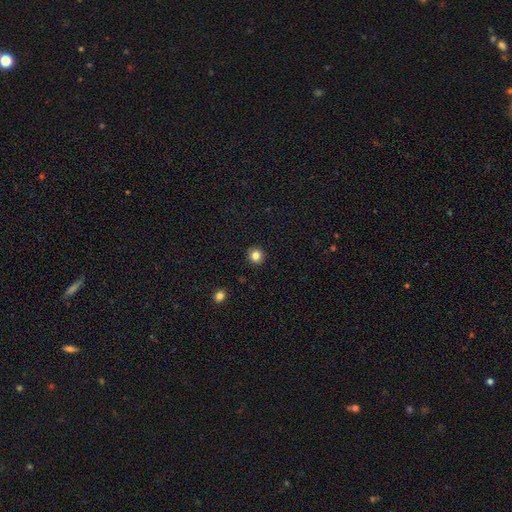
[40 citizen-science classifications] smooth_or_featured: smooth (p=0.88) [alt: featured or disk p=0.10]
how_rounded: round (p=0.91) [alt: in between p=0.09]
merging: none (p=0.97) [alt: minor disturbance p=0.03]